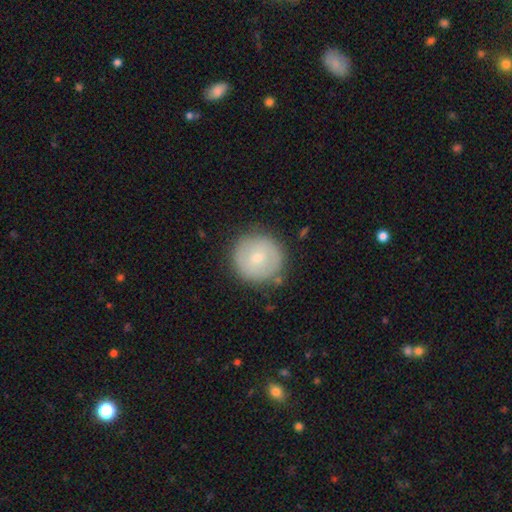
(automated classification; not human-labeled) smooth 50%, featured or disk 40%, star or artifact 10%. Down the decision tree: how rounded — round (94%); merging — none (86%).